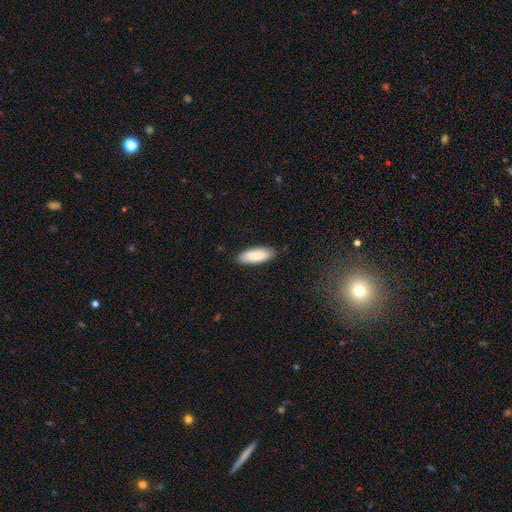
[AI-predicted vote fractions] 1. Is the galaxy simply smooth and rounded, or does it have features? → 86% smooth, 9% featured or disk, 5% star or artifact.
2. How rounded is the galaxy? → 75% in between, 24% cigar-shaped, 1% round.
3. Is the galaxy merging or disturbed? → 86% none, 11% minor disturbance, 2% major disturbance, 1% merger.